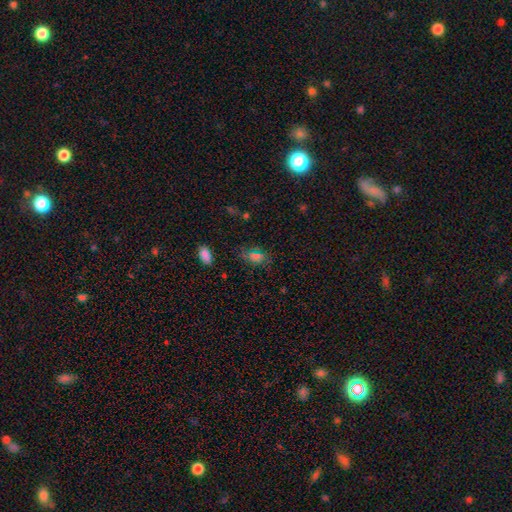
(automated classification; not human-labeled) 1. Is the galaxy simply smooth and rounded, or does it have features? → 64% smooth, 26% star or artifact, 9% featured or disk.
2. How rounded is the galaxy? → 81% in between, 15% round, 4% cigar-shaped.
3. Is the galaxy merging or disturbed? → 69% none, 20% minor disturbance, 8% major disturbance, 3% merger.